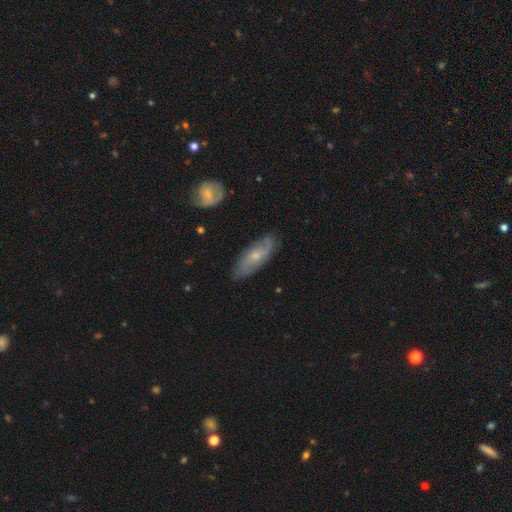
smooth-or-featured: featured or disk: 67% | smooth: 31% | star or artifact: 3%
  disk-edge-on: no: 83% | yes: 17%
    bar: no: 65% | weak: 30% | strong: 5%
    has-spiral-arms: yes: 85% | no: 15%
      spiral-winding: loose: 47% | medium: 35% | tight: 18%
      spiral-arm-count: 2: 65% | can't tell: 29% | 1: 6% | 3: 0% | 4: 0% | more than 4: 0%
    bulge-size: small: 70% | moderate: 30% | dominant: 0% | large: 0% | none: 0%
  merging: none: 77% | minor disturbance: 11% | major disturbance: 6% | merger: 6%